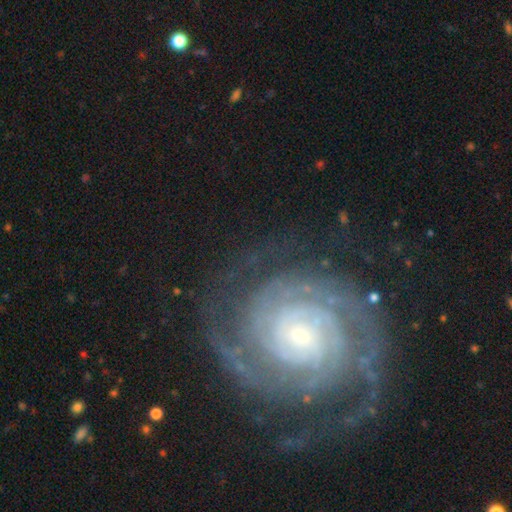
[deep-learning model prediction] Overall: featured or disk (89%). Edge-on disk: no (98%). Bar: no (69%). Spiral arms: yes (98%). Spiral arm count: 2 (34%; can't tell 20%). Spiral winding: tight (84%). Bulge size: small (80%). Merging: none (78%).